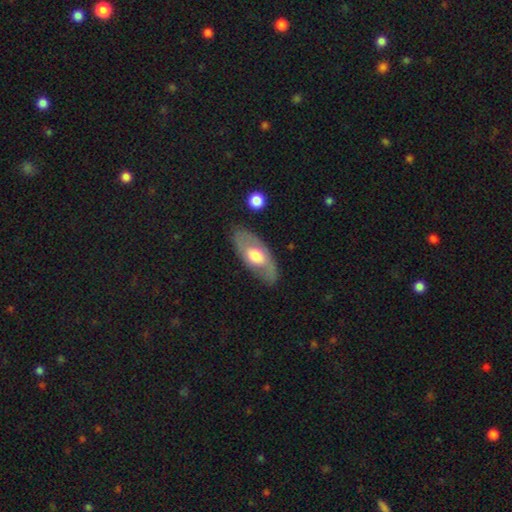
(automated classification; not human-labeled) Overall: featured or disk (53%; smooth 42%). Edge-on disk: no (80%). Merging: none (79%).